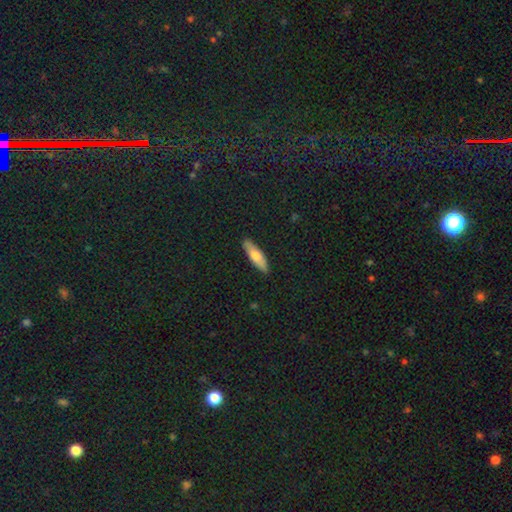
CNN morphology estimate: This appears to be a smooth galaxy with no disk features (66%) that is cigar-shaped (59%). Merging: none (89%).